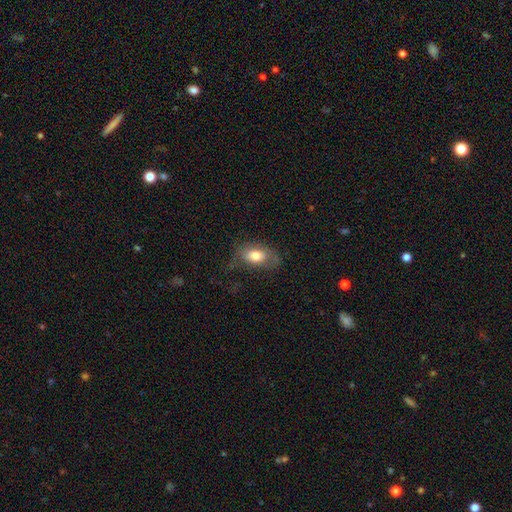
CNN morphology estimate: smooth_or_featured: smooth (p=0.72) [alt: featured or disk p=0.20]
how_rounded: in between (p=0.88) [alt: round p=0.09]
merging: none (p=0.54) [alt: minor disturbance p=0.26]